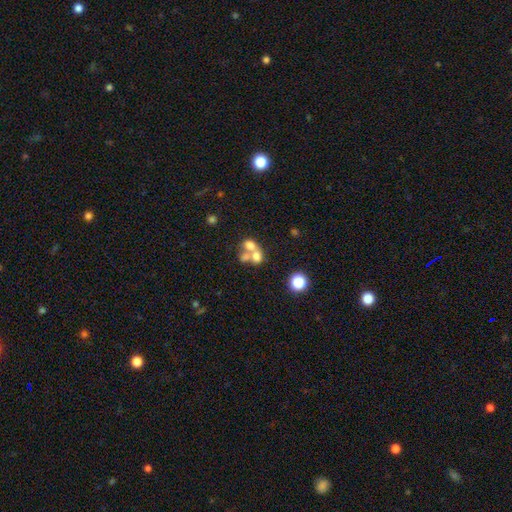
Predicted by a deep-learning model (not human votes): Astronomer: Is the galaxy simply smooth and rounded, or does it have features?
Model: smooth — 58%.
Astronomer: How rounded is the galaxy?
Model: round — 55% (runner-up: in between, 44%).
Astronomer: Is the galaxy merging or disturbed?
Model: merger — 65%.